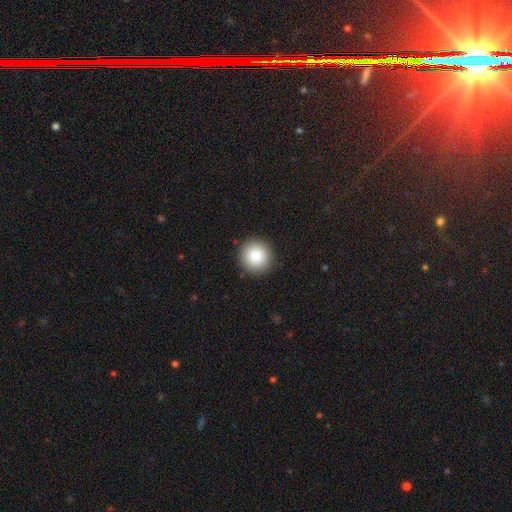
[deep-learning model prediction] Q: Smooth or featured?
A: smooth (83%); runner-up: star or artifact (9%)
Q: How rounded?
A: round (95%); runner-up: in between (4%)
Q: Merging?
A: none (92%); runner-up: minor disturbance (6%)